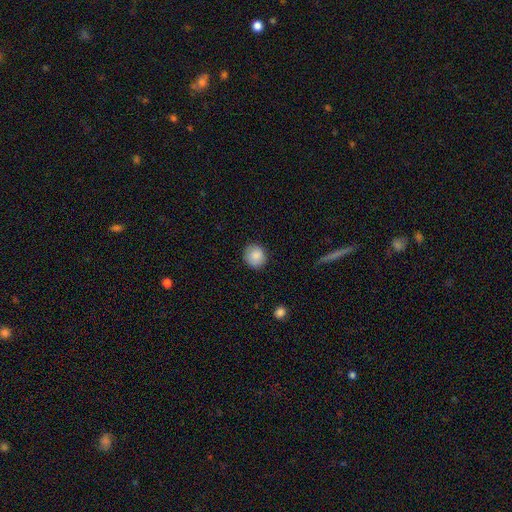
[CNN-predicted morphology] smooth 87%, star or artifact 8%, featured or disk 5%. Down the decision tree: how rounded — round (84%); merging — none (87%).